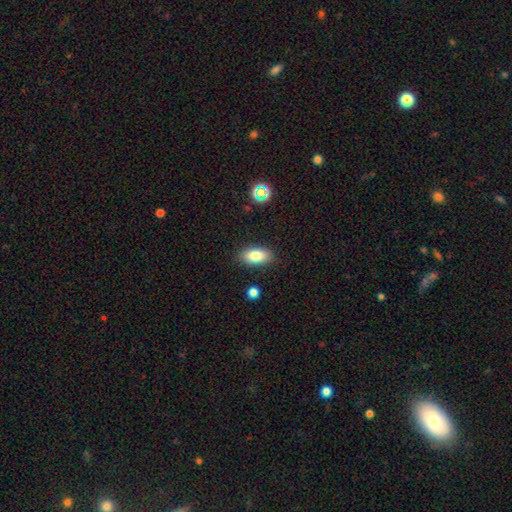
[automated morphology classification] This is clearly a smooth galaxy (81%). How rounded: clearly in between (89%). Merging: clearly none (86%).